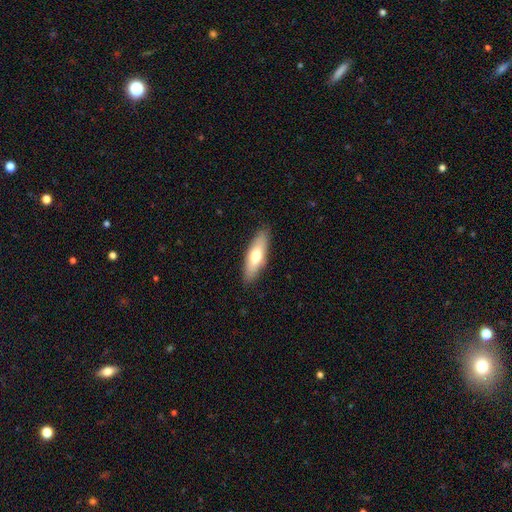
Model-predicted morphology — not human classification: Smooth or featured: smooth — 65% (featured or disk — 29%)
How rounded: in between — 51% (cigar-shaped — 47%)
Merging: none — 87% (minor disturbance — 10%)